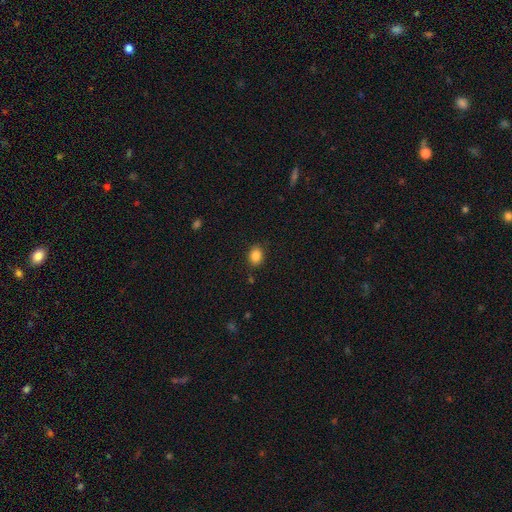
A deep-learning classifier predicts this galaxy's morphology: smooth-or-featured: smooth: 86% | star or artifact: 10% | featured or disk: 4%
  how-rounded: in between: 56% | round: 43% | cigar-shaped: 1%
  merging: none: 86% | minor disturbance: 10% | major disturbance: 3% | merger: 2%